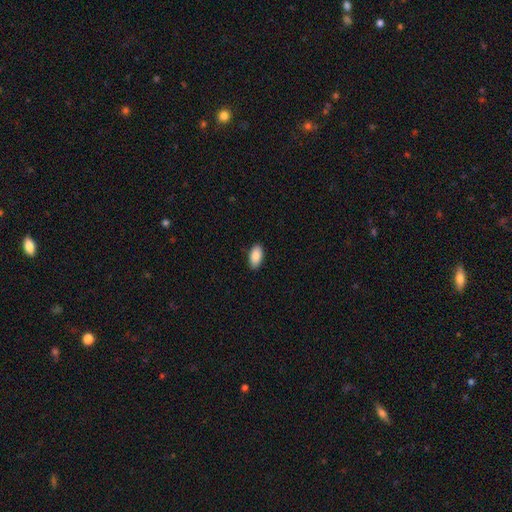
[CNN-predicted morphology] smooth 89%, star or artifact 6%, featured or disk 5%. Down the decision tree: how rounded — in between (94%); merging — none (88%).